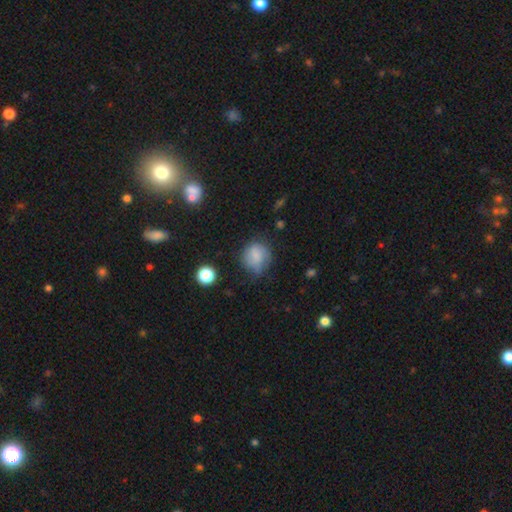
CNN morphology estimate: smooth-or-featured: smooth: 76% | featured or disk: 14% | star or artifact: 10%
  how-rounded: round: 75% | in between: 24% | cigar-shaped: 1%
  merging: none: 53% | minor disturbance: 32% | major disturbance: 12% | merger: 2%